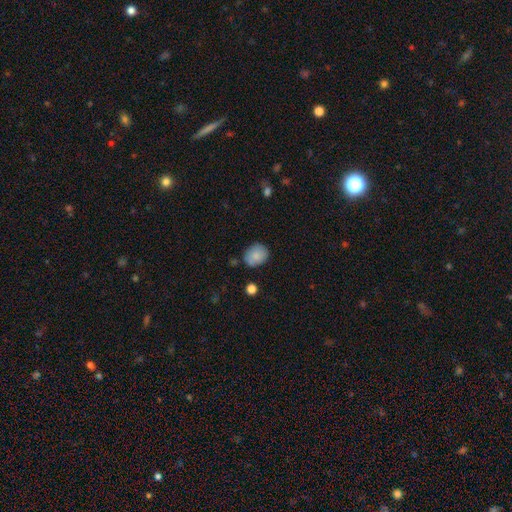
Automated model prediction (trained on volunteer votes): smooth_or_featured: smooth (p=0.85) [alt: featured or disk p=0.08]
how_rounded: round (p=0.50) [alt: in between p=0.49]
merging: none (p=0.73) [alt: minor disturbance p=0.19]